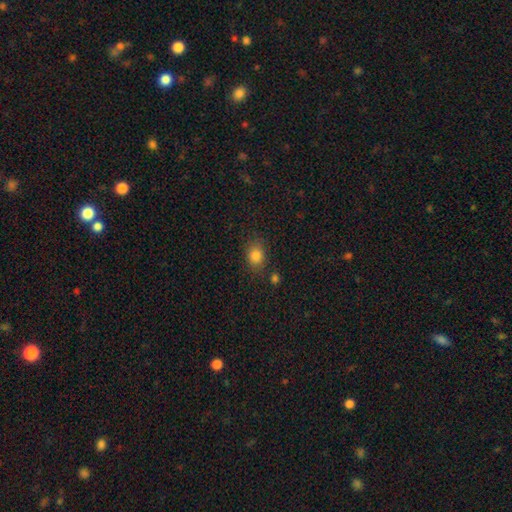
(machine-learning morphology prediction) Smooth or featured?
  - smooth: 83% *
  - star or artifact: 11%
  - featured or disk: 6%
How rounded?
  - round: 50% *
  - in between: 49%
  - cigar-shaped: 1%
Merging?
  - none: 78% *
  - minor disturbance: 13%
  - merger: 5%
  - major disturbance: 4%